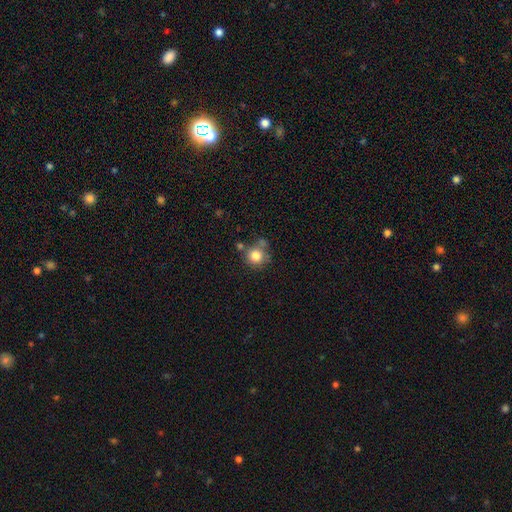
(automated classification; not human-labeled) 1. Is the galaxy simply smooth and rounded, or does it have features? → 81% smooth, 10% star or artifact, 9% featured or disk.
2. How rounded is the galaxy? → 90% round, 9% in between, 1% cigar-shaped.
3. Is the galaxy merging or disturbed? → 62% none, 17% minor disturbance, 15% merger, 6% major disturbance.